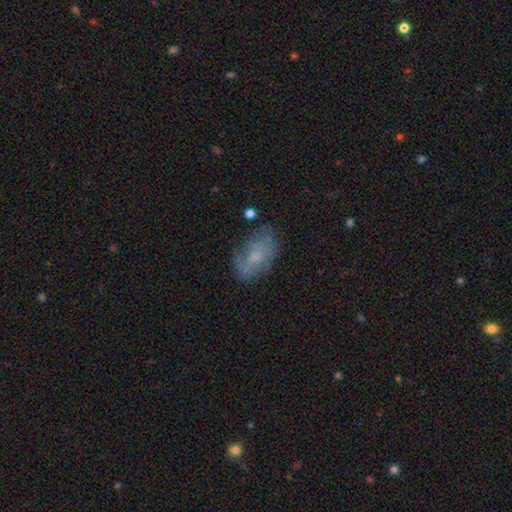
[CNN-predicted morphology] This appears to be a smooth galaxy with no disk features (48%). Merging: none (56%).